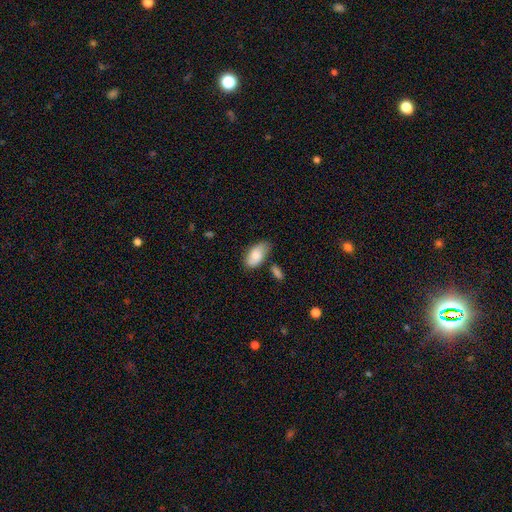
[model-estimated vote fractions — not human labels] This is likely a smooth galaxy (77%). How rounded: clearly in between (94%). Merging: likely none (63%).